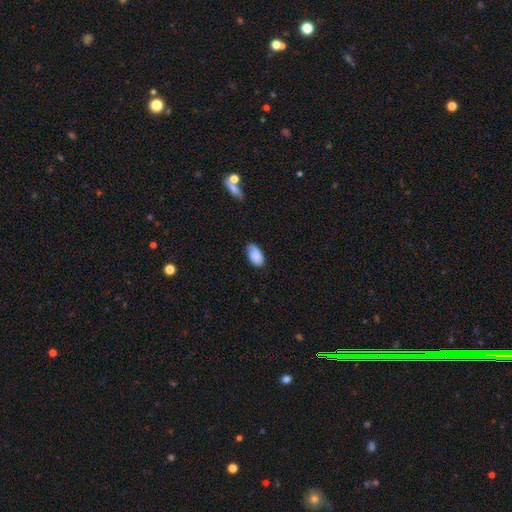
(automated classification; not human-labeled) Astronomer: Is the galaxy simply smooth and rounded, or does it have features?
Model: smooth — 86%.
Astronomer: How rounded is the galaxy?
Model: in between — 94%.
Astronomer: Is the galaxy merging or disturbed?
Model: none — 69%.